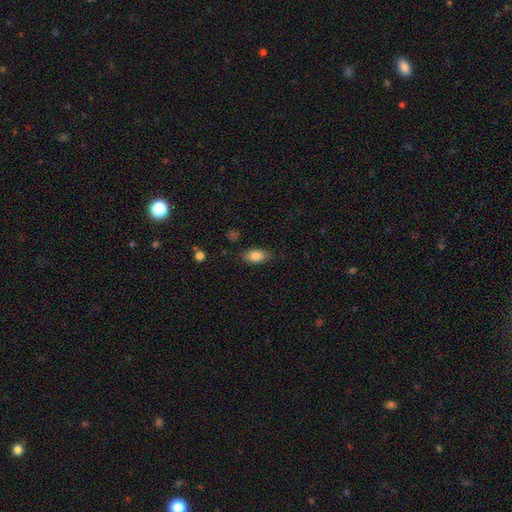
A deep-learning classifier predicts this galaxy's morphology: The model was most divided on "merging": none: 82%, minor disturbance: 13%, major disturbance: 3%, merger: 2%. More confident: how rounded — in between (89%); smooth or featured — smooth (84%).